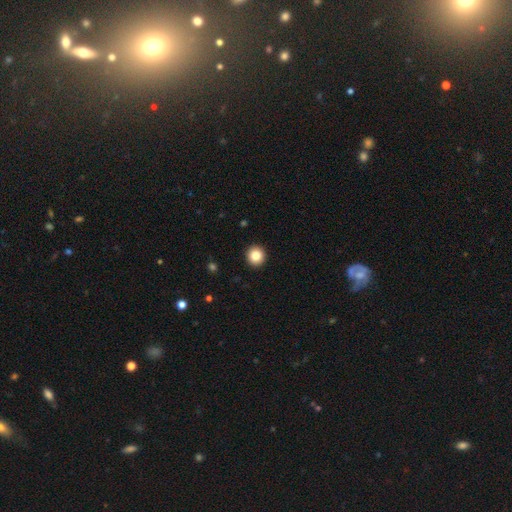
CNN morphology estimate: This is clearly a smooth galaxy (84%). How rounded: clearly round (94%). Merging: clearly none (94%).